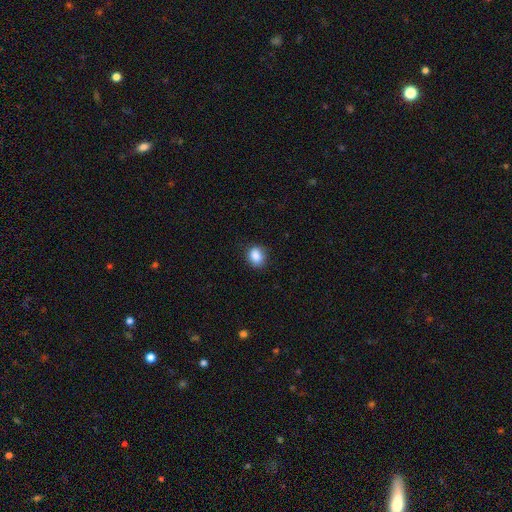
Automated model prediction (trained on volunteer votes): Smooth or featured? Predicted: smooth (p=0.87). How rounded? Predicted: round (p=0.56). Merging? Predicted: none (p=0.80).